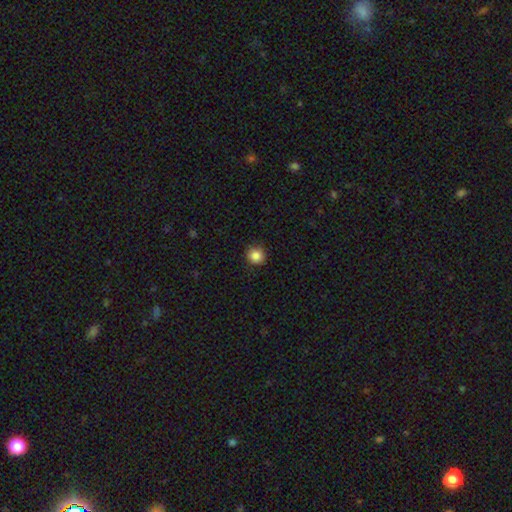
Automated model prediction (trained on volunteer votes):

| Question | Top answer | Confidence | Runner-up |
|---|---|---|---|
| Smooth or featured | smooth | 86% | star or artifact (10%) |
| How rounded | round | 90% | in between (9%) |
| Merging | none | 90% | minor disturbance (7%) |